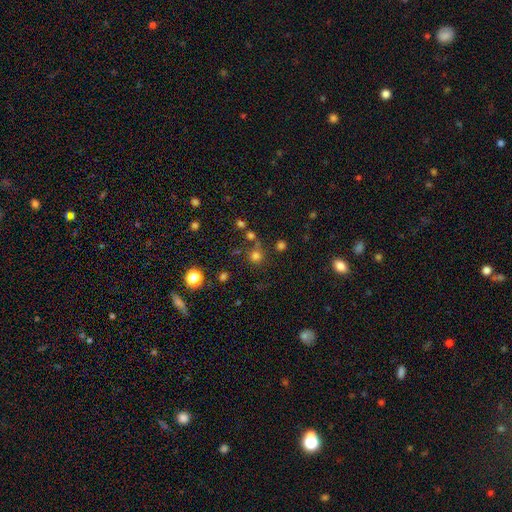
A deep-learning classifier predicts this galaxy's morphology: This appears to be a smooth galaxy with no disk features (72%) that is round (92%). Merging: none (73%).